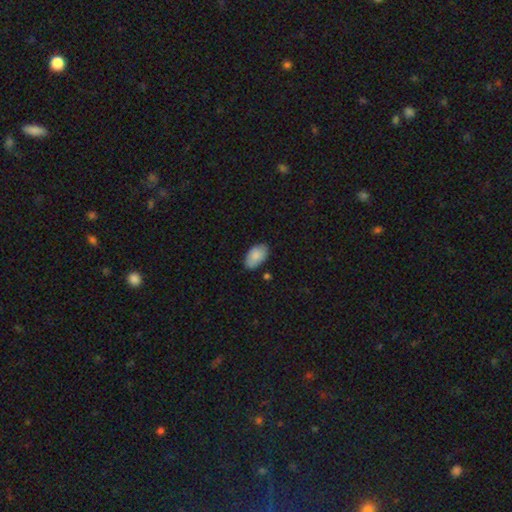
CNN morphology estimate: This is clearly a smooth galaxy (85%). How rounded: clearly in between (93%). Merging: likely none (76%).